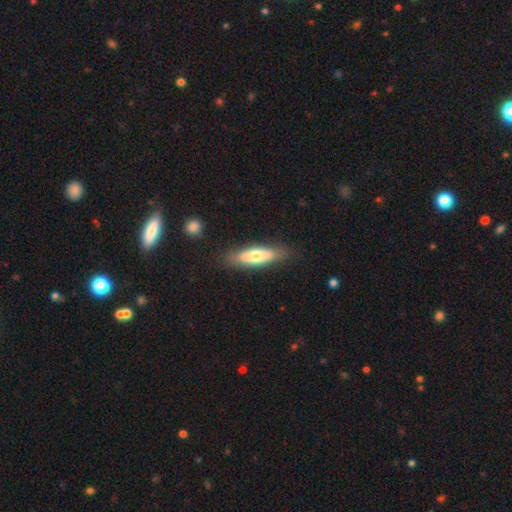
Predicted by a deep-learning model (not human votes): The model was most divided on "how rounded": in between: 53%, cigar-shaped: 45%, round: 2%. More confident: merging — none (79%); smooth or featured — smooth (60%).